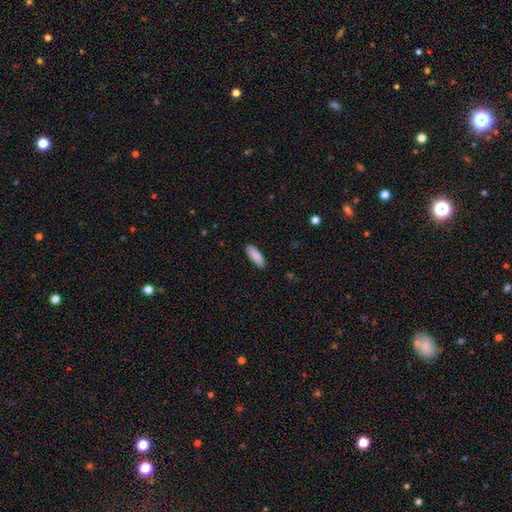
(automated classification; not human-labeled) smooth_or_featured: smooth (p=0.89) [alt: star or artifact p=0.06]
how_rounded: in between (p=0.67) [alt: cigar-shaped p=0.31]
merging: none (p=0.86) [alt: minor disturbance p=0.11]